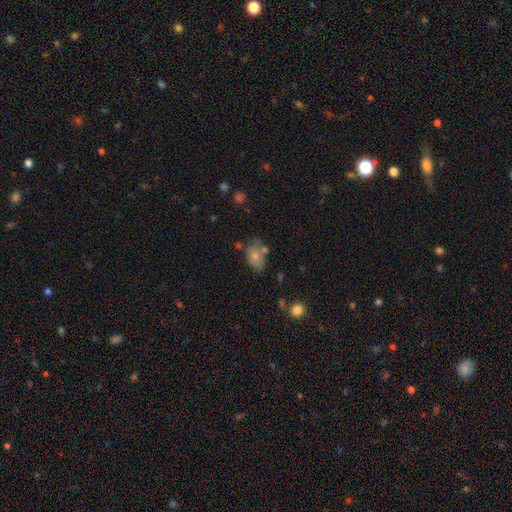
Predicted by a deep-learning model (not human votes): Q: Smooth or featured?
A: smooth (72%); runner-up: featured or disk (19%)
Q: How rounded?
A: in between (82%); runner-up: round (16%)
Q: Merging?
A: none (47%); runner-up: minor disturbance (25%)